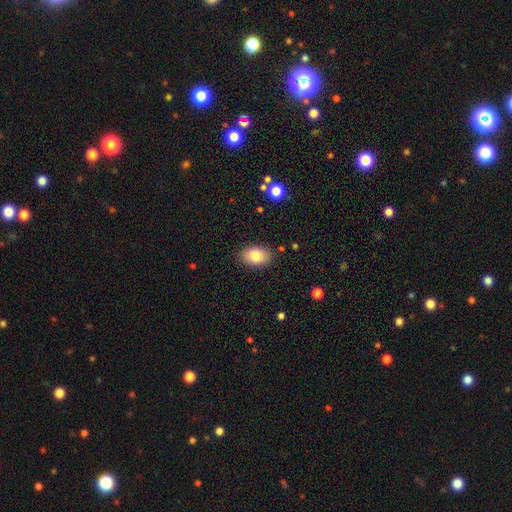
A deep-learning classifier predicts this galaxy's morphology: Smooth or featured?
  - smooth: 82% *
  - featured or disk: 10%
  - star or artifact: 8%
How rounded?
  - in between: 86% *
  - round: 13%
  - cigar-shaped: 1%
Merging?
  - none: 87% *
  - minor disturbance: 9%
  - major disturbance: 2%
  - merger: 1%